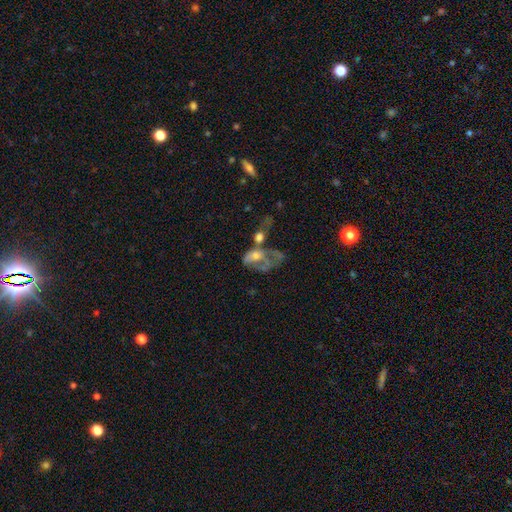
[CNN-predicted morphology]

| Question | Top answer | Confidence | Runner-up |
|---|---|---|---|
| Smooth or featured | featured or disk | 50% | smooth (38%) |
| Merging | merger | 38% | major disturbance (36%) |